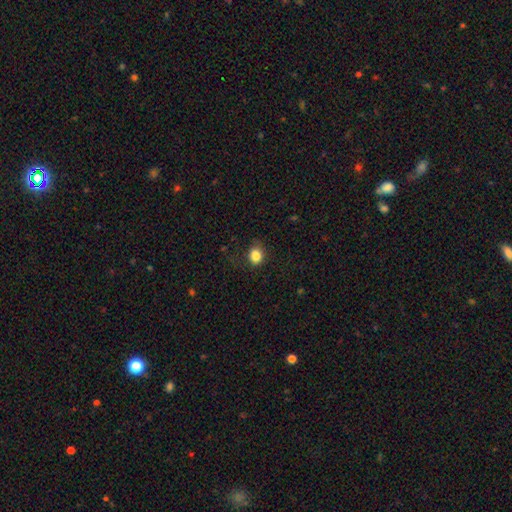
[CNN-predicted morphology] smooth-or-featured: smooth: 85% | star or artifact: 10% | featured or disk: 5%
  how-rounded: round: 54% | in between: 45% | cigar-shaped: 1%
  merging: none: 72% | minor disturbance: 19% | major disturbance: 7% | merger: 1%